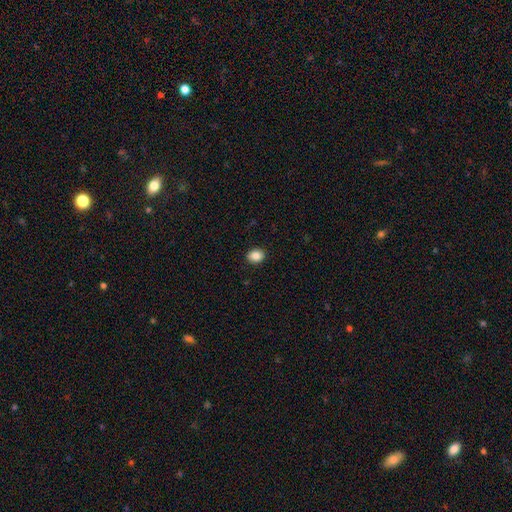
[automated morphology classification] type=smooth (86%); roundness=in between (53%); merging=none (91%).